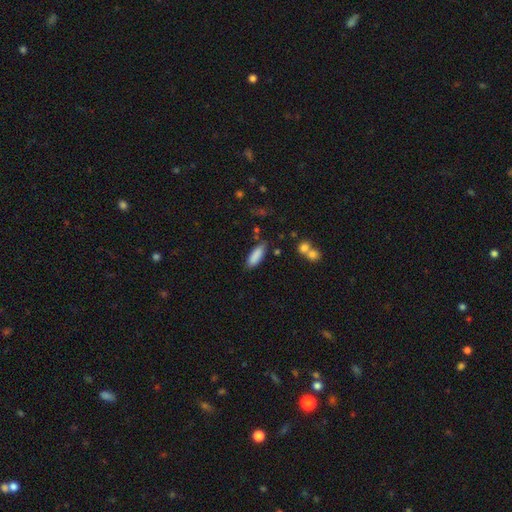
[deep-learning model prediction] smooth-or-featured: smooth: 87% | star or artifact: 7% | featured or disk: 6%
  how-rounded: in between: 63% | cigar-shaped: 35% | round: 2%
  merging: none: 77% | minor disturbance: 15% | merger: 4% | major disturbance: 3%